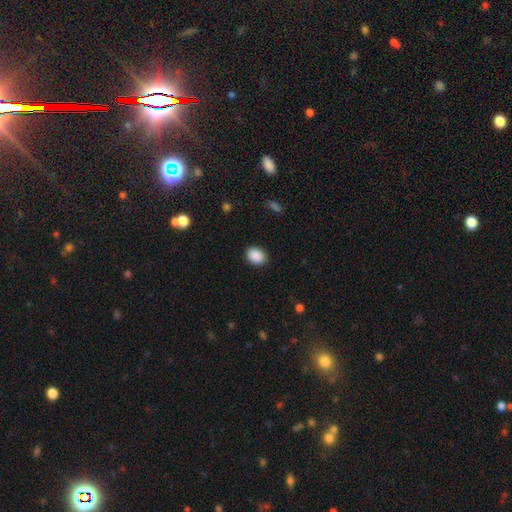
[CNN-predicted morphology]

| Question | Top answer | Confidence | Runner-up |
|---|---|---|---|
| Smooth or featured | smooth | 90% | star or artifact (8%) |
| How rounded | in between | 58% | round (41%) |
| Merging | none | 89% | minor disturbance (8%) |